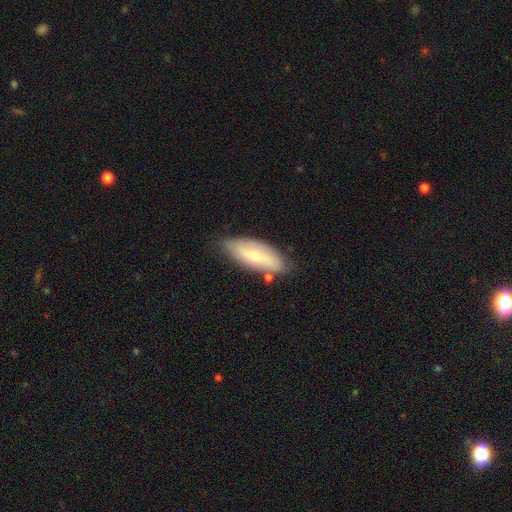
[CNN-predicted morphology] Smooth or featured?
  - smooth: 55% *
  - featured or disk: 39%
  - star or artifact: 7%
How rounded?
  - in between: 72% *
  - cigar-shaped: 26%
  - round: 2%
Merging?
  - none: 75% *
  - minor disturbance: 18%
  - merger: 4%
  - major disturbance: 3%